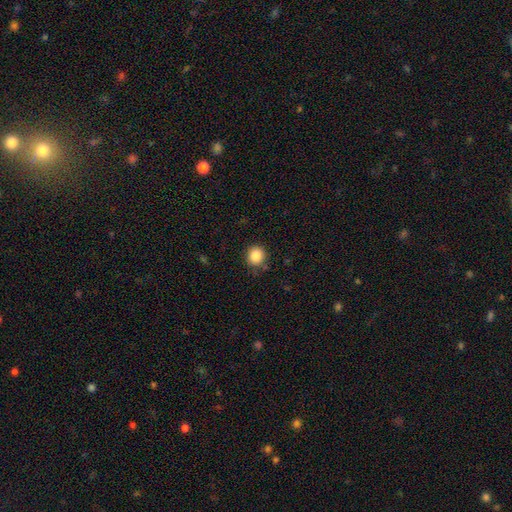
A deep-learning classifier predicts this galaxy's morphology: smooth 86%, star or artifact 10%, featured or disk 4%. Down the decision tree: how rounded — round (89%); merging — none (84%).